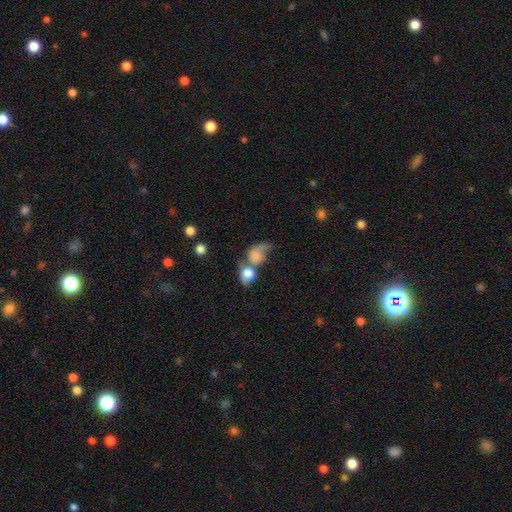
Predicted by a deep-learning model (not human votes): smooth 63%, featured or disk 26%, star or artifact 11%. Down the decision tree: how rounded — round (50%); merging — merger (50%).